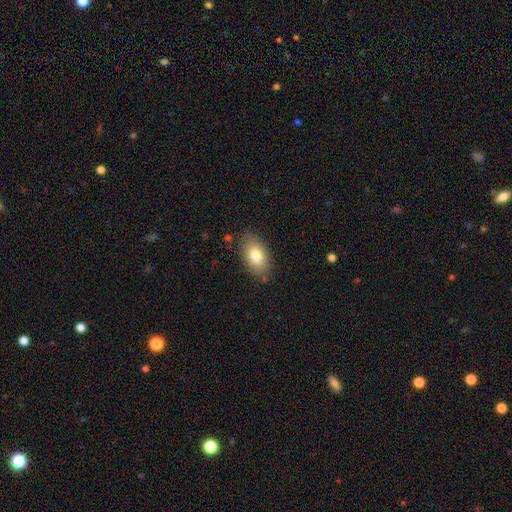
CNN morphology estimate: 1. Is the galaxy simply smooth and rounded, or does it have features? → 79% smooth, 13% featured or disk, 8% star or artifact.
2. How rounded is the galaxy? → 89% in between, 8% round, 2% cigar-shaped.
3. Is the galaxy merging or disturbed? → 81% none, 14% minor disturbance, 3% major disturbance, 2% merger.